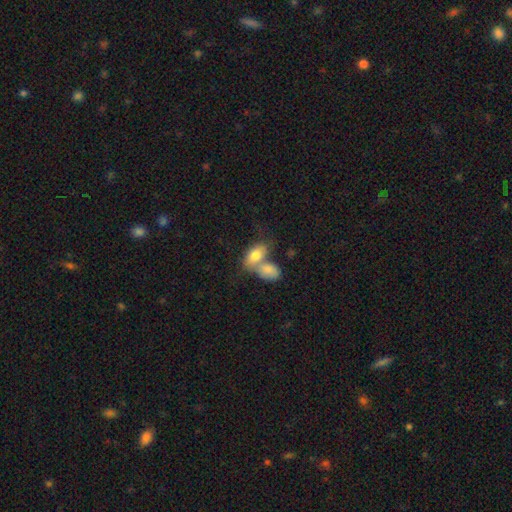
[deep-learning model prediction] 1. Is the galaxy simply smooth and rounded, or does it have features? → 78% smooth, 16% featured or disk, 7% star or artifact.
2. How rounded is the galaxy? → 90% in between, 7% round, 4% cigar-shaped.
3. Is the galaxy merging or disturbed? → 61% merger, 25% none, 9% minor disturbance, 5% major disturbance.